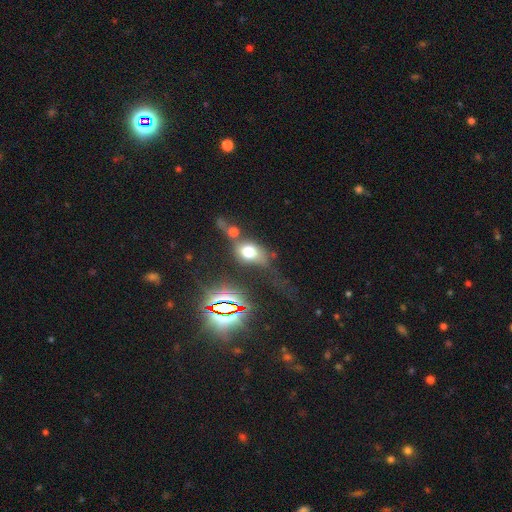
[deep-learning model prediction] smooth-or-featured: smooth: 57% | featured or disk: 23% | star or artifact: 20%
  how-rounded: in between: 65% | round: 31% | cigar-shaped: 4%
  merging: none: 42% | merger: 21% | major disturbance: 19% | minor disturbance: 18%